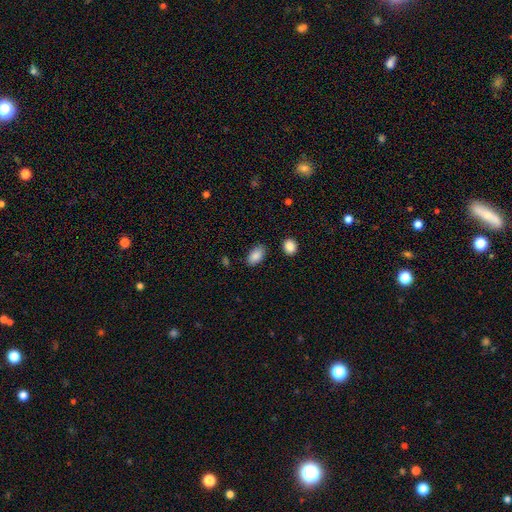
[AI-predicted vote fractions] This appears to be a smooth galaxy with no disk features (88%) that is in between round and cigar-shaped (93%). Merging: none (82%).